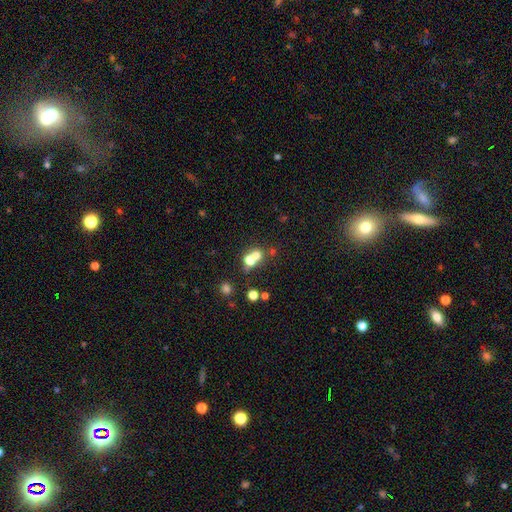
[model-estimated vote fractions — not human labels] A smooth galaxy with no disk features (65%) that is round (78%).

Vote fractions:
- Smooth or featured? smooth: 65% / star or artifact: 19% / featured or disk: 17%
- How rounded? round: 78% / in between: 20% / cigar-shaped: 1%
- Merging? merger: 53% / none: 37% / minor disturbance: 6% / major disturbance: 4%